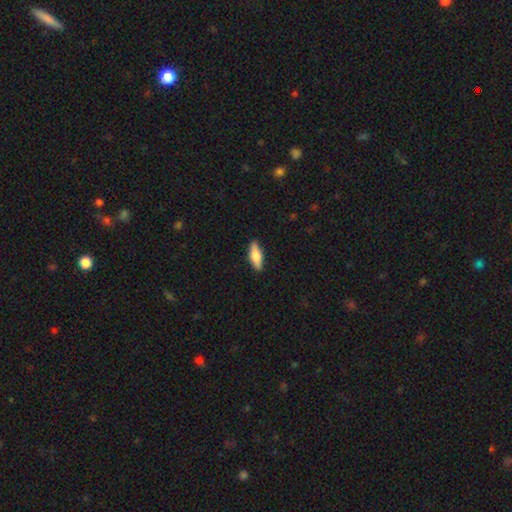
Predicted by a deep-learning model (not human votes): This is likely a smooth galaxy (68%). How rounded: likely in between (62%). Merging: clearly none (88%).